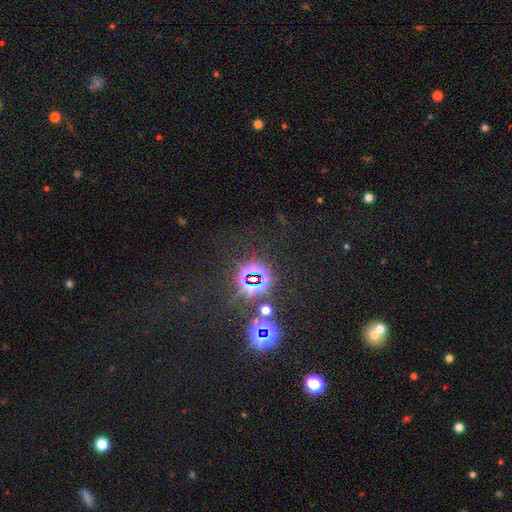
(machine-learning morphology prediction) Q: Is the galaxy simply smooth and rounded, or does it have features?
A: star or artifact — 77%.